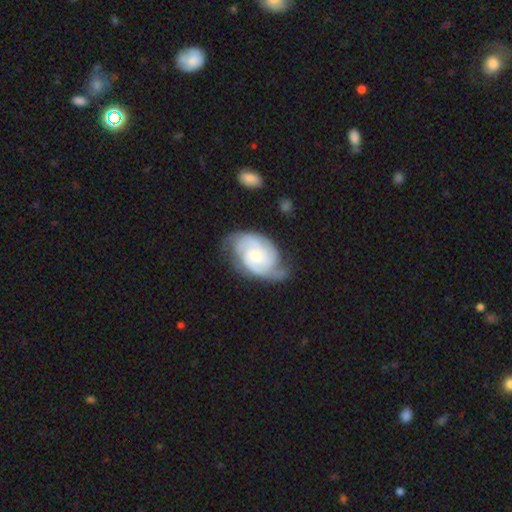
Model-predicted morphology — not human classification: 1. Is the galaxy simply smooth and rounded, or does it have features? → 88% featured or disk, 8% smooth, 4% star or artifact.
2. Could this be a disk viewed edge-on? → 97% no, 3% yes.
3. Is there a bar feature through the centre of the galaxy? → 58% no, 36% weak, 7% strong.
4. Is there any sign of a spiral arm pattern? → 98% yes, 2% no.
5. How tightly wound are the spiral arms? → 58% tight, 35% medium, 6% loose.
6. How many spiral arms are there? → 45% 2, 30% 3, 13% can't tell, 5% 4, 4% 1, 3% more than 4.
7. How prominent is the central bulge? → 48% small, 47% moderate, 3% large, 2% none, 1% dominant.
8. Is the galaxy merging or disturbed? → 67% none, 23% minor disturbance, 8% major disturbance, 2% merger.